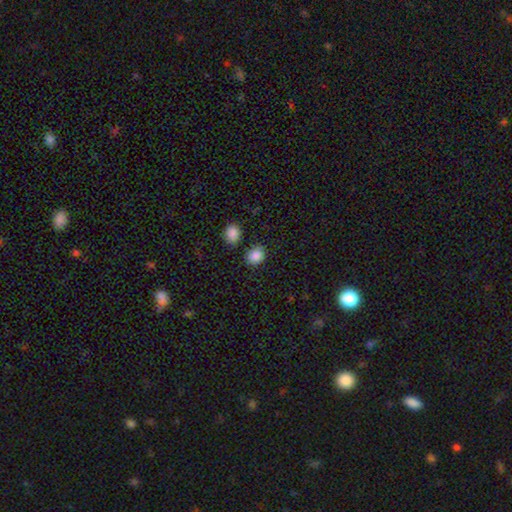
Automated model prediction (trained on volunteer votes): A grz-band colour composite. It shows a smooth galaxy with no disk features (87%) that is round (57%). Merging: none (78%).